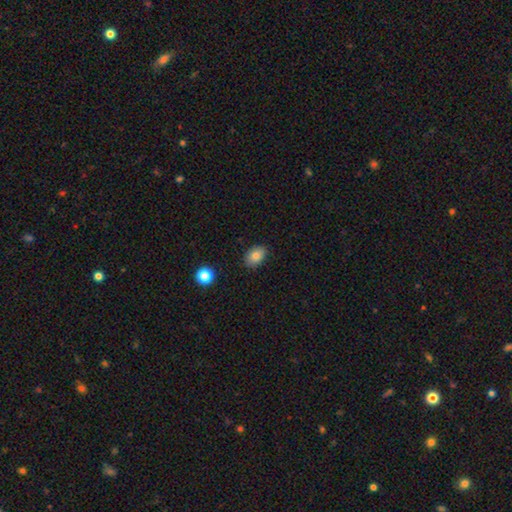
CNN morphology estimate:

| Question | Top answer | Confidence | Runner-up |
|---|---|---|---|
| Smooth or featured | smooth | 82% | star or artifact (9%) |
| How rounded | in between | 82% | round (17%) |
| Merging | none | 84% | minor disturbance (12%) |